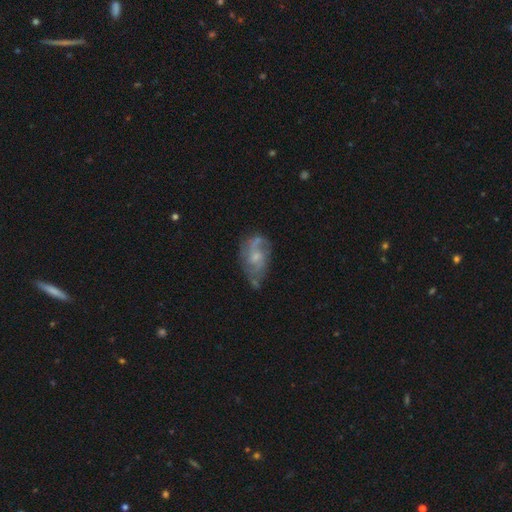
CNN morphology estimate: Smooth or featured? Predicted: featured or disk (p=0.69). Edge-on disk? Predicted: no (p=0.96). Bar? Predicted: no (p=0.63). Spiral arms? Predicted: yes (p=0.81). Spiral winding? Predicted: medium (p=0.44). Spiral arm count? Predicted: 2 (p=0.57). Bulge size? Predicted: small (p=0.54). Merging? Predicted: none (p=0.54).